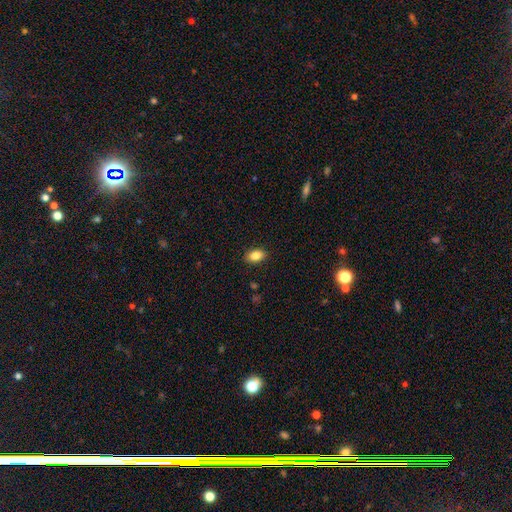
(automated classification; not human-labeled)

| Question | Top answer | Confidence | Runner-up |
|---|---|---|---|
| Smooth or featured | smooth | 86% | star or artifact (8%) |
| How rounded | in between | 89% | round (9%) |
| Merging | none | 88% | minor disturbance (9%) |